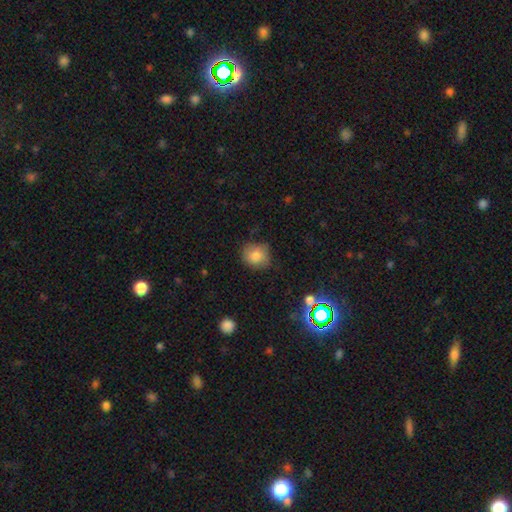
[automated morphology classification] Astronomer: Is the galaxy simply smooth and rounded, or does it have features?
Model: smooth — 81%.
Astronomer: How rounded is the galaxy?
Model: round — 74%.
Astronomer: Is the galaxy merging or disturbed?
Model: none — 69%.